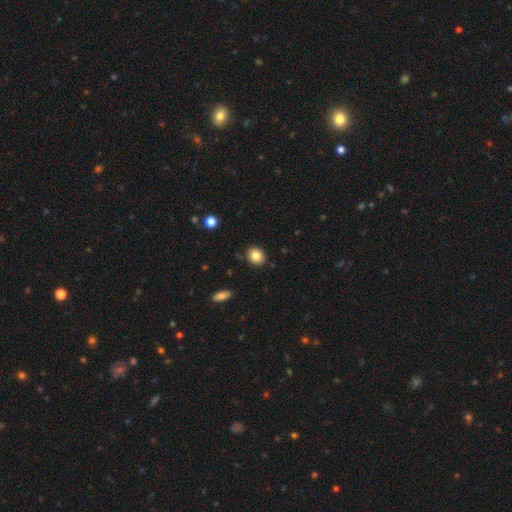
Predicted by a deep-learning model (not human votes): This appears to be a smooth galaxy with no disk features (84%) that is round (67%). Merging: none (86%).